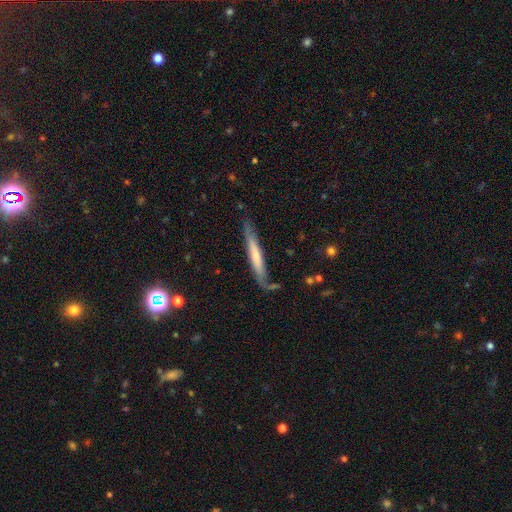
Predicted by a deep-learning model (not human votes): A smooth galaxy with no disk features (51%) that is cigar-shaped (94%). Merging: none (72%).